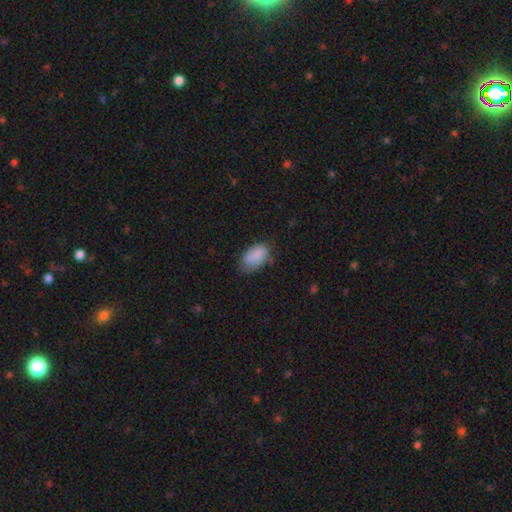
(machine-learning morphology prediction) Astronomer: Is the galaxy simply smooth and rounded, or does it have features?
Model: smooth — 85%.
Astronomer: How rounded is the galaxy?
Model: in between — 92%.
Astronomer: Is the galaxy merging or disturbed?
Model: none — 59%.